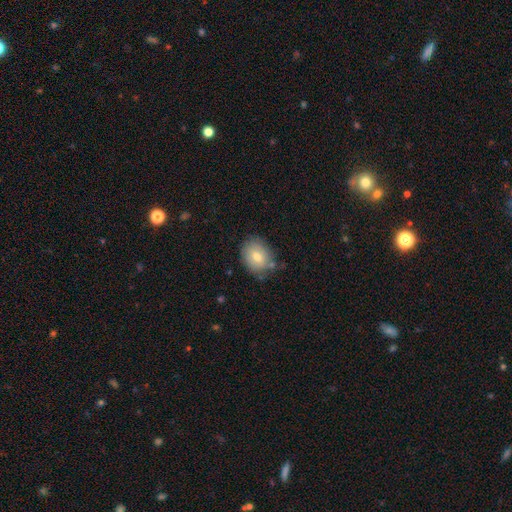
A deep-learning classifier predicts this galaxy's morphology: smooth-or-featured: smooth: 72% | featured or disk: 19% | star or artifact: 9%
  how-rounded: in between: 51% | round: 48% | cigar-shaped: 1%
  merging: none: 75% | minor disturbance: 18% | merger: 4% | major disturbance: 4%